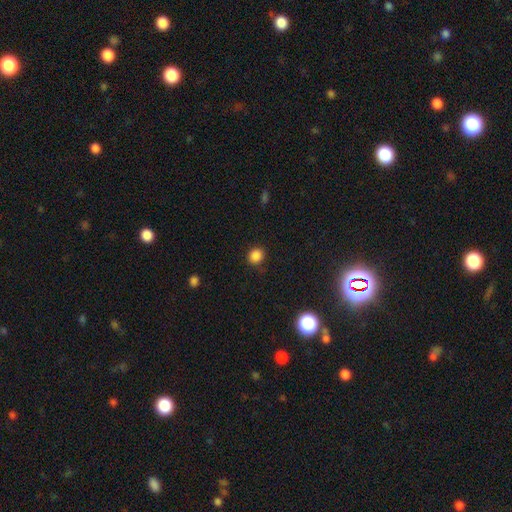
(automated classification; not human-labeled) Smooth or featured? Predicted: smooth (p=0.86). How rounded? Predicted: round (p=0.81). Merging? Predicted: none (p=0.86).